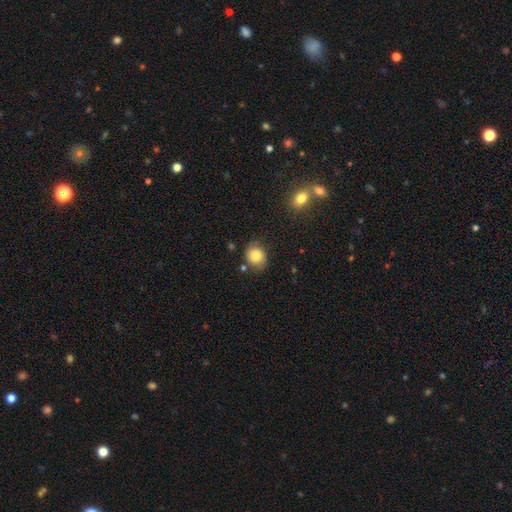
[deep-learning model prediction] Overall: smooth (79%). How rounded: round (73%). Merging: none (73%).